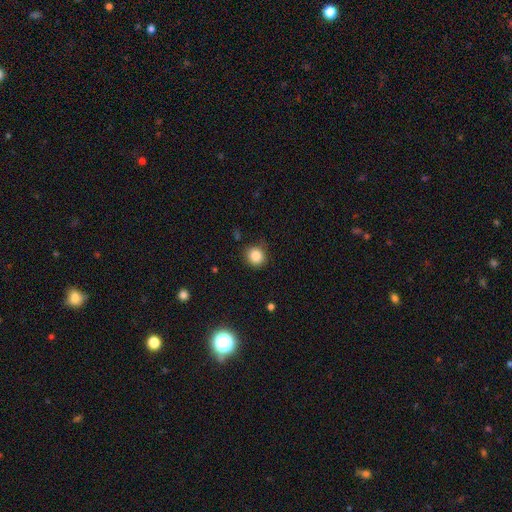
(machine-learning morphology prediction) Overall: smooth (86%). How rounded: round (88%). Merging: none (84%).